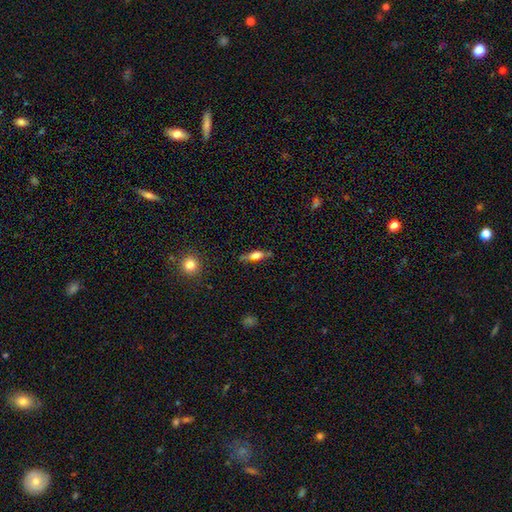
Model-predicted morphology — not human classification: Smooth or featured: smooth — 54% (featured or disk — 38%)
How rounded: cigar-shaped — 54% (in between — 42%)
Merging: none — 75% (minor disturbance — 17%)